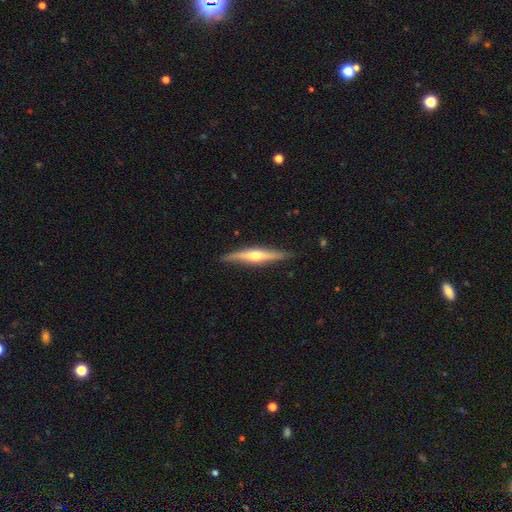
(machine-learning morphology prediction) Overall: featured or disk (67%; smooth 28%). Edge-on disk: yes (95%). Edge-on bulge: rounded (90%). Merging: none (87%).